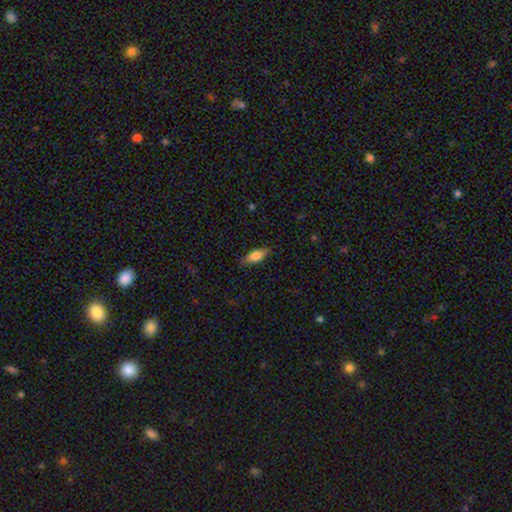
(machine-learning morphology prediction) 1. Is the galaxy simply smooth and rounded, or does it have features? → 71% smooth, 21% featured or disk, 7% star or artifact.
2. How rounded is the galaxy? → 75% in between, 22% cigar-shaped, 3% round.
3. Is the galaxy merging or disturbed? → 78% none, 18% minor disturbance, 4% major disturbance, 1% merger.